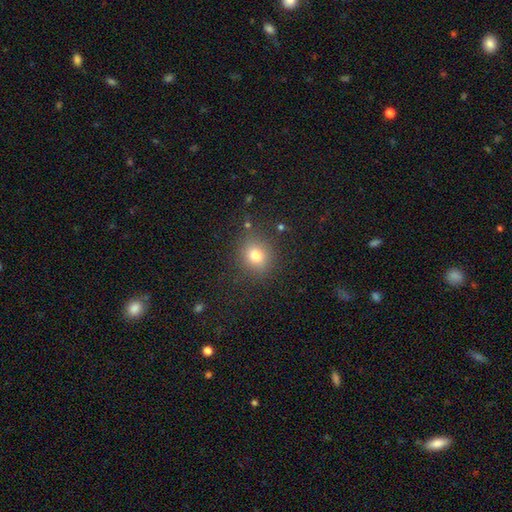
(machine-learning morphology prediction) smooth_or_featured: smooth (p=0.75) [alt: star or artifact p=0.15]
how_rounded: round (p=0.76) [alt: in between p=0.23]
merging: none (p=0.84) [alt: minor disturbance p=0.10]